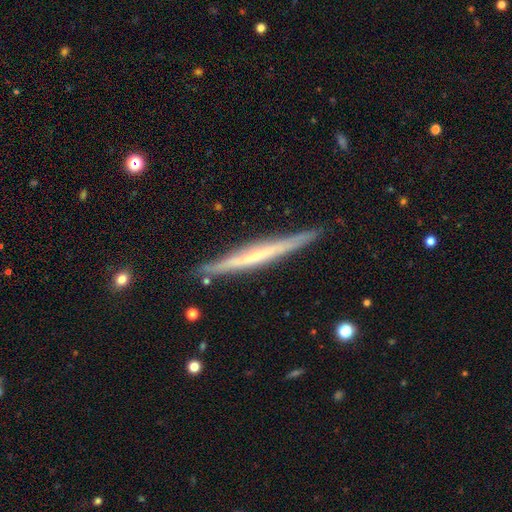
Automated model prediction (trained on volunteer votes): featured or disk 67%, smooth 27%, star or artifact 6%. Down the decision tree: edge-on disk — yes (97%); edge-on bulge — none (67%); merging — none (87%).